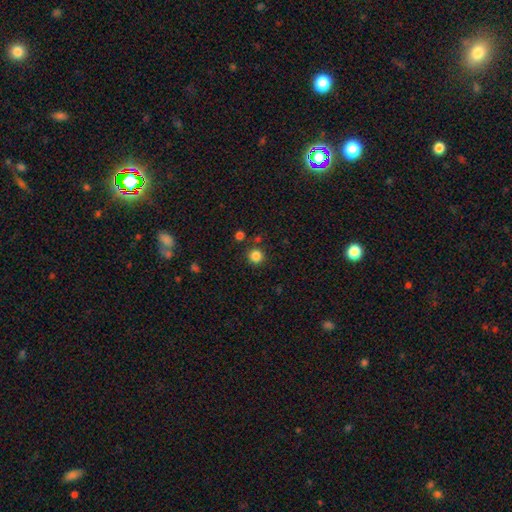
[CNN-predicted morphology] smooth_or_featured: smooth (p=0.84) [alt: star or artifact p=0.12]
how_rounded: round (p=0.94) [alt: in between p=0.05]
merging: none (p=0.86) [alt: minor disturbance p=0.07]